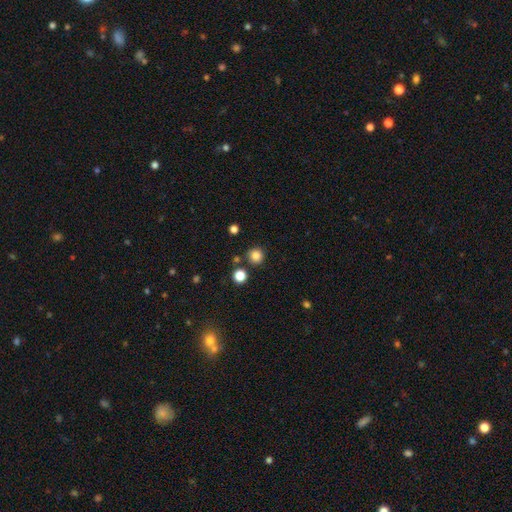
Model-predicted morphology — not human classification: Smooth or featured?
  - smooth: 83% *
  - star or artifact: 12%
  - featured or disk: 4%
How rounded?
  - round: 94% *
  - in between: 5%
  - cigar-shaped: 1%
Merging?
  - none: 84% *
  - minor disturbance: 7%
  - merger: 6%
  - major disturbance: 2%